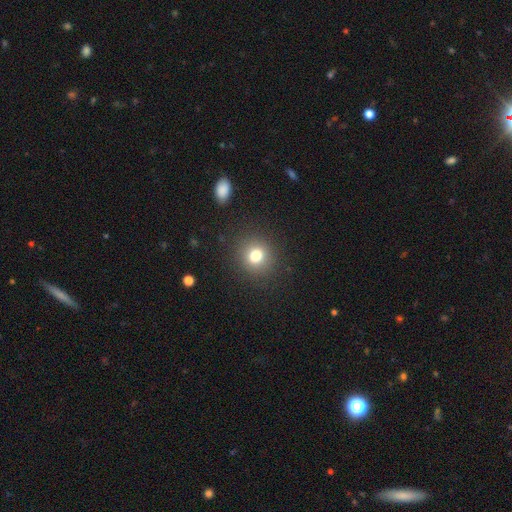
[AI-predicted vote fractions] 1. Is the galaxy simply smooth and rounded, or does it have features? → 78% smooth, 13% star or artifact, 9% featured or disk.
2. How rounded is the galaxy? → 87% round, 12% in between, 1% cigar-shaped.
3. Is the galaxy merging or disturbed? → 88% none, 7% minor disturbance, 3% major disturbance, 1% merger.